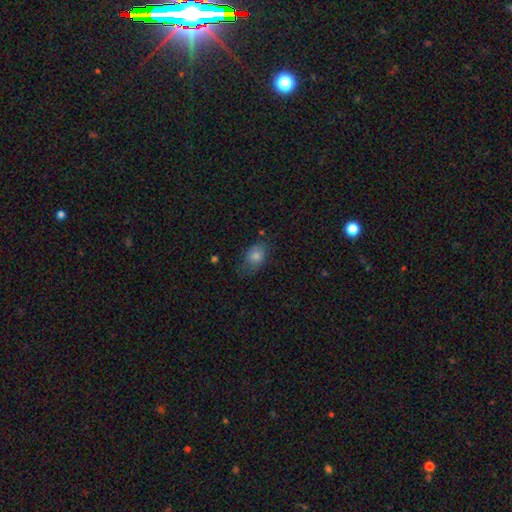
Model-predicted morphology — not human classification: This appears to be a smooth galaxy with no disk features (76%) that is in between round and cigar-shaped (78%). Merging: none (67%).